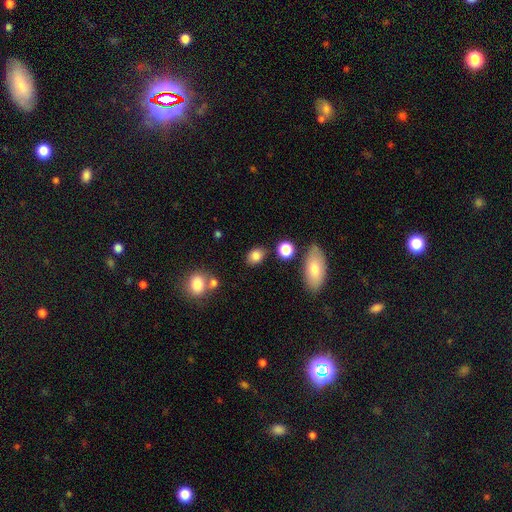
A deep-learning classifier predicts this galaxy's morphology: This appears to be a smooth galaxy with no disk features (84%) that is in between round and cigar-shaped (62%). Merging: none (79%).